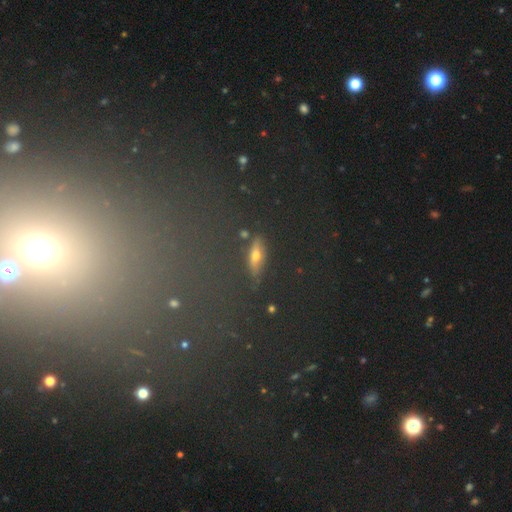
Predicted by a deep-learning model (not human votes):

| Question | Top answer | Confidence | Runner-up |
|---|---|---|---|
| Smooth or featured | smooth | 46% | featured or disk (30%) |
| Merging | none | 83% | minor disturbance (10%) |